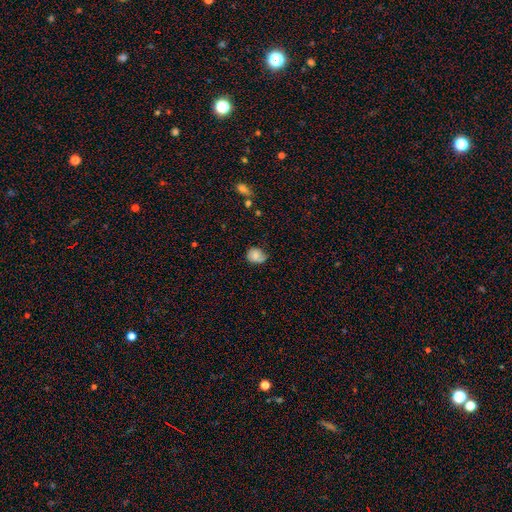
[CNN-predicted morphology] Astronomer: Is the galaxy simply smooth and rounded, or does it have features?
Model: smooth — 67%.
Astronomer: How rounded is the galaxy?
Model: round — 59% (runner-up: in between, 40%).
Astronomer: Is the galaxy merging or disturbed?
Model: none — 55% (runner-up: minor disturbance, 33%).